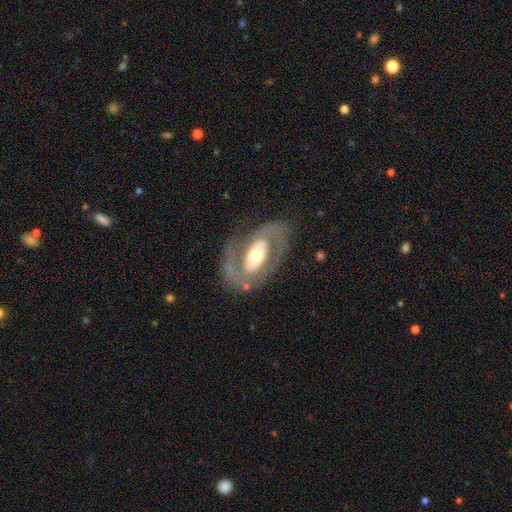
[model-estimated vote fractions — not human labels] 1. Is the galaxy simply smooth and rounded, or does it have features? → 75% featured or disk, 20% smooth, 5% star or artifact.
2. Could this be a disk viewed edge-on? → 93% no, 7% yes.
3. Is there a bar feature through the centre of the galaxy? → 57% no, 23% weak, 20% strong.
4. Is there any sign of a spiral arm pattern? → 58% yes, 42% no.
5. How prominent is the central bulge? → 62% moderate, 21% large, 13% small, 2% dominant, 1% none.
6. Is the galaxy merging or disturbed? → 74% none, 14% minor disturbance, 10% major disturbance, 2% merger.